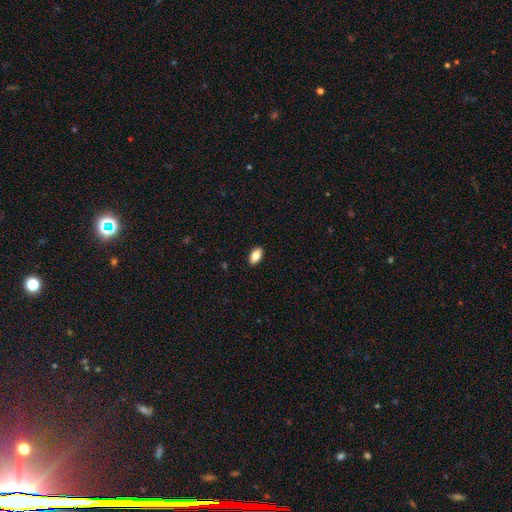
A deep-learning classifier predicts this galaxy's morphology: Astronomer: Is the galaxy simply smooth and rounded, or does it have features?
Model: smooth — 86%.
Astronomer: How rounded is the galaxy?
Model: in between — 92%.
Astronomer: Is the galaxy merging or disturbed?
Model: none — 90%.